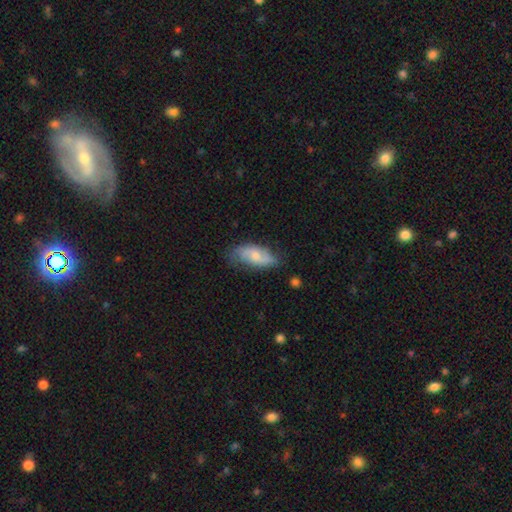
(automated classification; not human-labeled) This is possibly a featured or disk galaxy (53%). It is clearly not viewed edge-on (92%). Merging: likely none (65%).